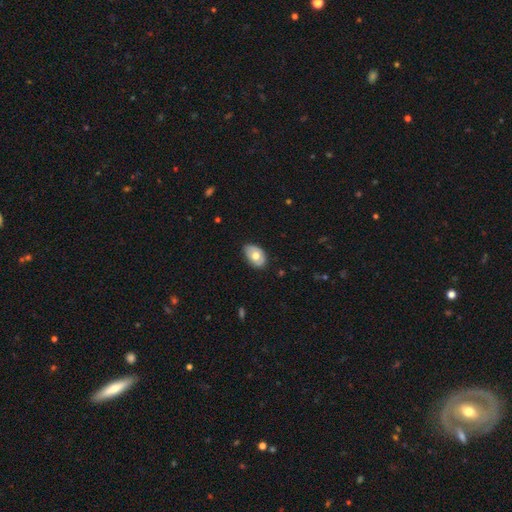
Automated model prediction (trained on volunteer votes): The model was most divided on "smooth or featured": smooth: 65%, featured or disk: 29%, star or artifact: 6%. More confident: how rounded — in between (88%); merging — none (78%).